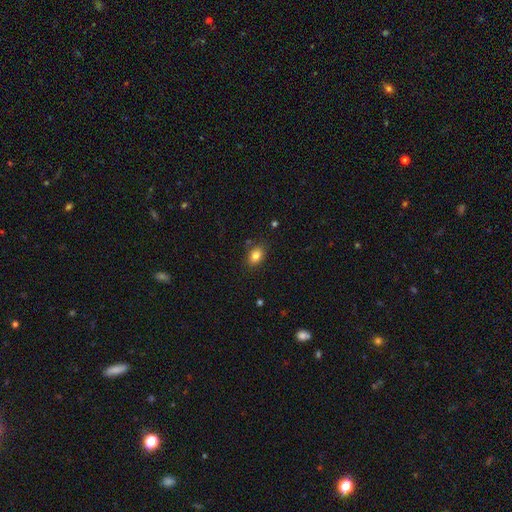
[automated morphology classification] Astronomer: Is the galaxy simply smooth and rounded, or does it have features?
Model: smooth — 82%.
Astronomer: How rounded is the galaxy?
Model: in between — 75%.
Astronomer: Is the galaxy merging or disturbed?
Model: none — 83%.